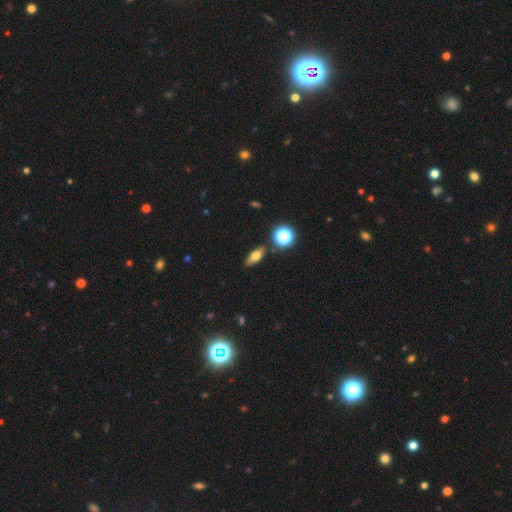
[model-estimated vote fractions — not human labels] The model was most divided on "smooth or featured": smooth: 63%, featured or disk: 24%, star or artifact: 13%. More confident: merging — none (84%); how rounded — in between (67%).